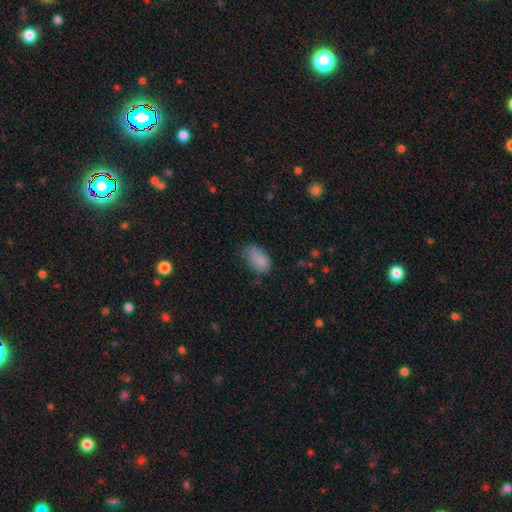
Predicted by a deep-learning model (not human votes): The model was most divided on "merging": none: 48%, minor disturbance: 36%, major disturbance: 13%, merger: 3%. More confident: how rounded — in between (90%); smooth or featured — smooth (81%).